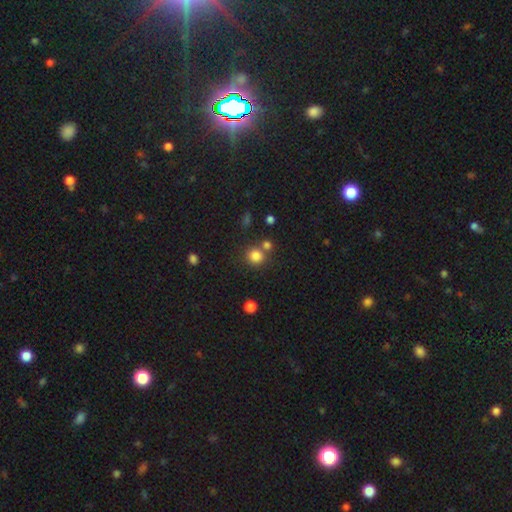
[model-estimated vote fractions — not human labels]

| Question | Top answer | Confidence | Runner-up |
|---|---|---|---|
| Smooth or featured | smooth | 82% | star or artifact (13%) |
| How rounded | round | 86% | in between (13%) |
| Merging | none | 66% | merger (22%) |